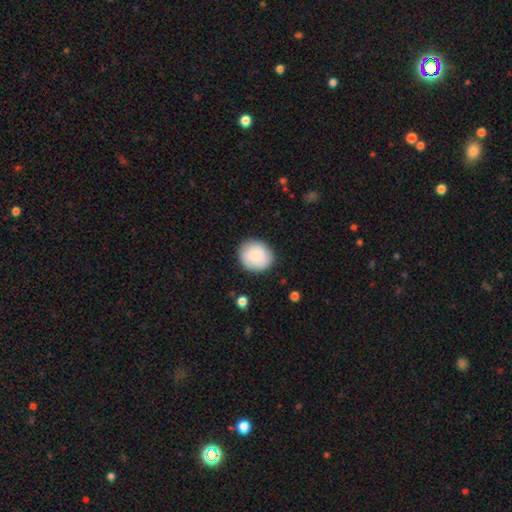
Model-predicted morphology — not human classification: type=smooth (85%); roundness=round (80%); merging=none (85%).